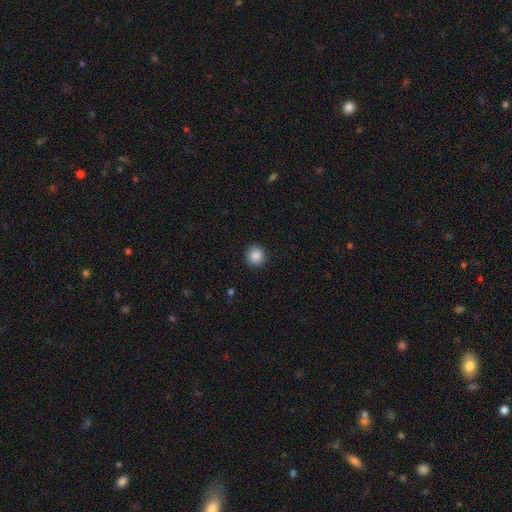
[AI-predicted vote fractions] Smooth or featured? smooth (88%)
How rounded? round (91%)
Merging? none (92%)